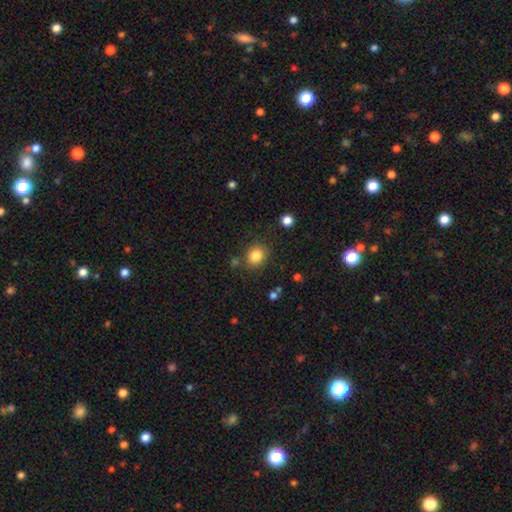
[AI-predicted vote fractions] smooth 84%, star or artifact 11%, featured or disk 5%. Down the decision tree: how rounded — round (72%); merging — none (81%).